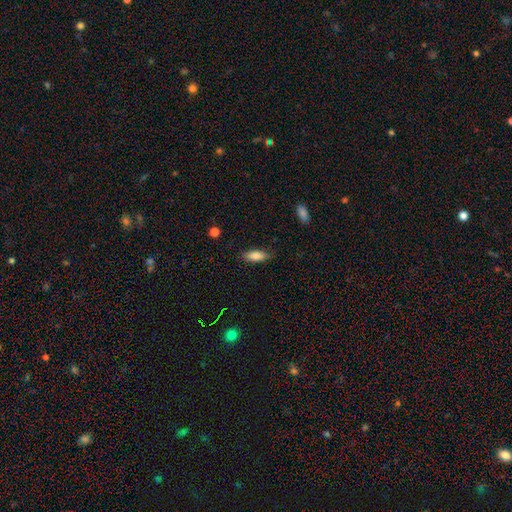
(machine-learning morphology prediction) Smooth or featured?
  - smooth: 84% *
  - featured or disk: 9%
  - star or artifact: 7%
How rounded?
  - in between: 72% *
  - cigar-shaped: 26%
  - round: 2%
Merging?
  - none: 83% *
  - minor disturbance: 13%
  - major disturbance: 3%
  - merger: 1%